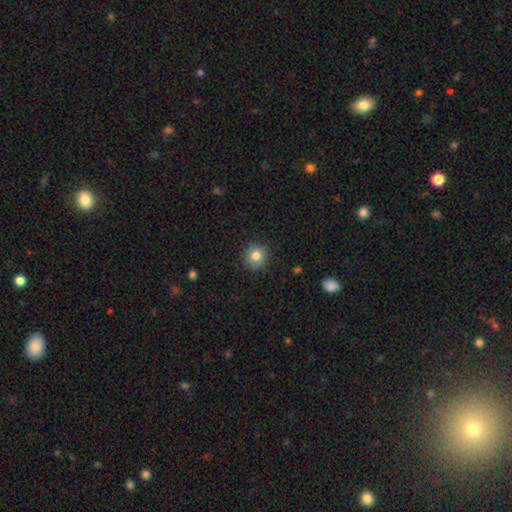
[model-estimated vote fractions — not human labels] This appears to be a smooth galaxy with no disk features (81%) that is round (90%). Merging: none (88%).